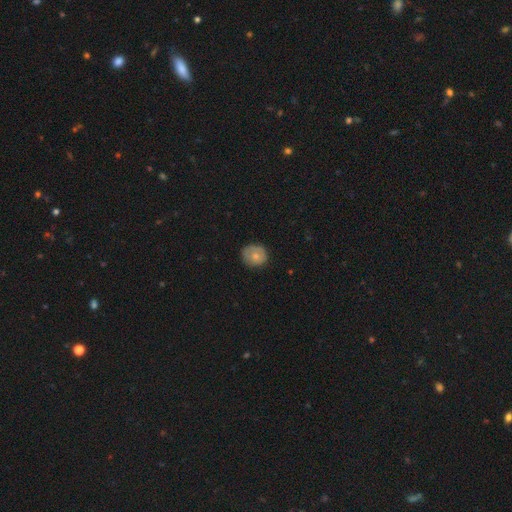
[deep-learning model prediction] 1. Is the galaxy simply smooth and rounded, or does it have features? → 68% smooth, 25% featured or disk, 8% star or artifact.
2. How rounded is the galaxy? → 79% round, 20% in between, 1% cigar-shaped.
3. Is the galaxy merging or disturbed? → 74% none, 20% minor disturbance, 5% major disturbance, 1% merger.